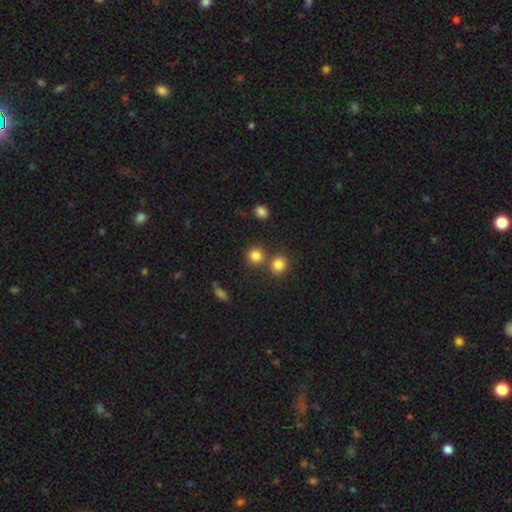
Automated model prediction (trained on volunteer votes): Smooth or featured? smooth (82%)
How rounded? round (90%)
Merging? none (70%)